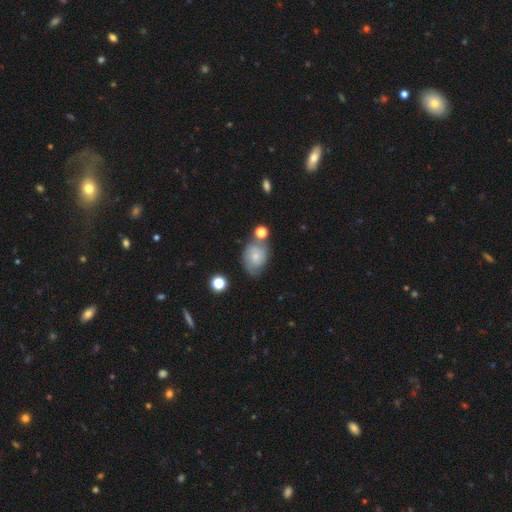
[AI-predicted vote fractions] The model was most divided on "smooth or featured": smooth: 52%, featured or disk: 38%, star or artifact: 10%. More confident: how rounded — in between (69%); merging — none (55%).